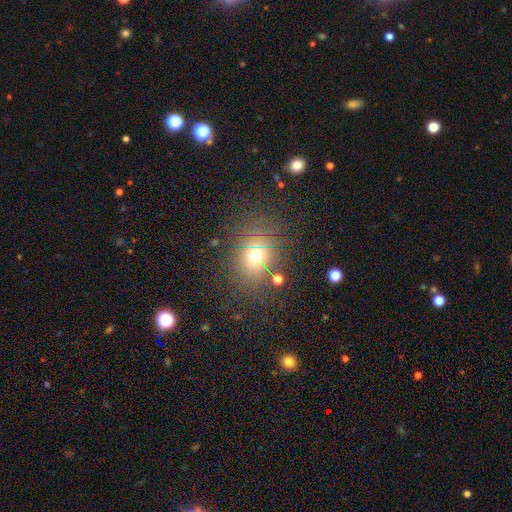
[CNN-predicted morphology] The model was most divided on "smooth or featured": smooth: 60%, star or artifact: 27%, featured or disk: 12%. More confident: merging — none (76%); how rounded — round (71%).